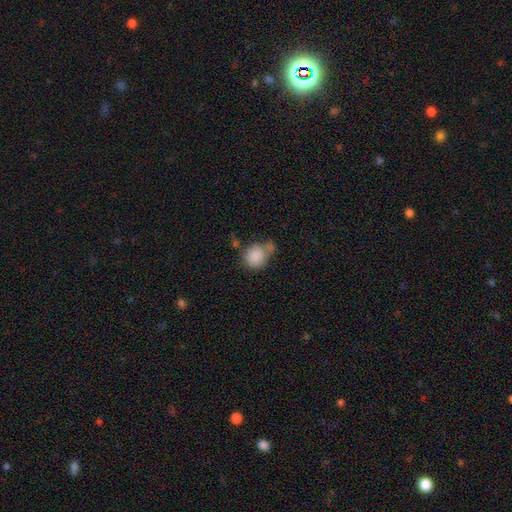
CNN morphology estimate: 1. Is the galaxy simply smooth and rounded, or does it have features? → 85% smooth, 8% star or artifact, 7% featured or disk.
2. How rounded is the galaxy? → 81% round, 18% in between, 1% cigar-shaped.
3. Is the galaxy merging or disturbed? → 49% none, 24% merger, 20% minor disturbance, 7% major disturbance.